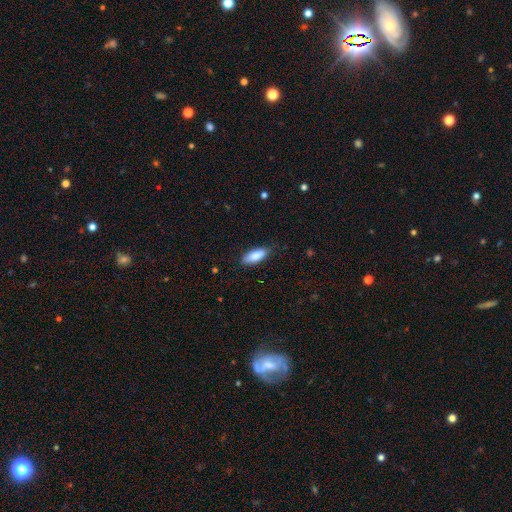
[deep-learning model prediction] Overall: smooth (86%). How rounded: in between (72%). Merging: none (79%).